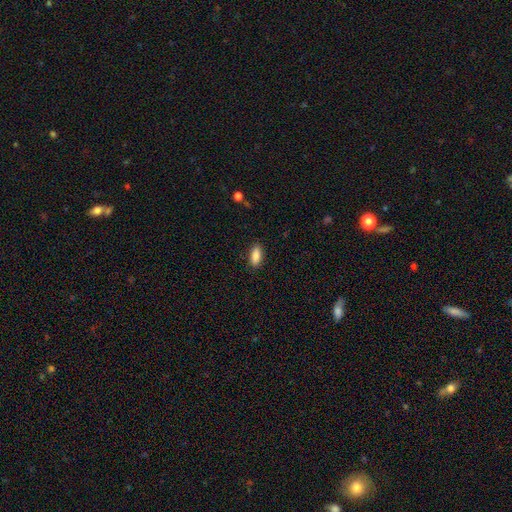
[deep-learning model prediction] Smooth or featured?
  - smooth: 88% *
  - star or artifact: 7%
  - featured or disk: 5%
How rounded?
  - in between: 83% *
  - cigar-shaped: 14%
  - round: 2%
Merging?
  - none: 88% *
  - minor disturbance: 9%
  - major disturbance: 2%
  - merger: 1%